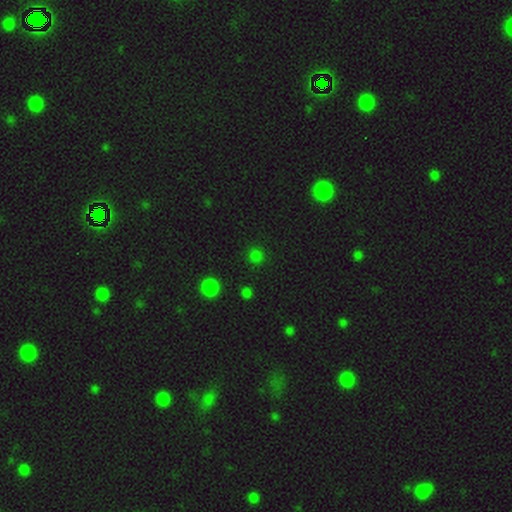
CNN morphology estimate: type=smooth (74%); roundness=round (93%); merging=none (89%).